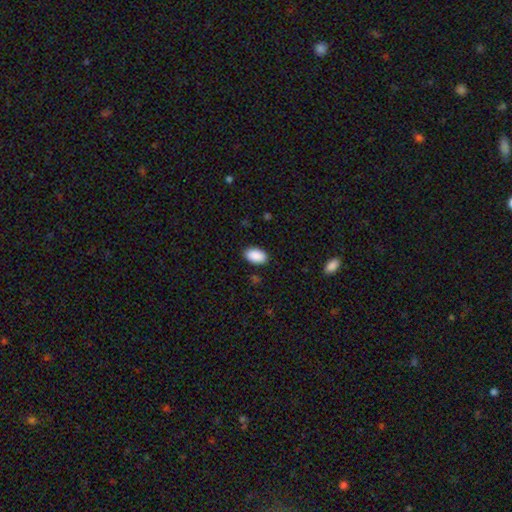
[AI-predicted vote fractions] A smooth galaxy with no disk features (91%) that is in between round and cigar-shaped (94%).

Vote fractions:
- Smooth or featured? smooth: 91% / star or artifact: 6% / featured or disk: 3%
- How rounded? in between: 94% / round: 5% / cigar-shaped: 1%
- Merging? none: 89% / minor disturbance: 8% / major disturbance: 2% / merger: 1%